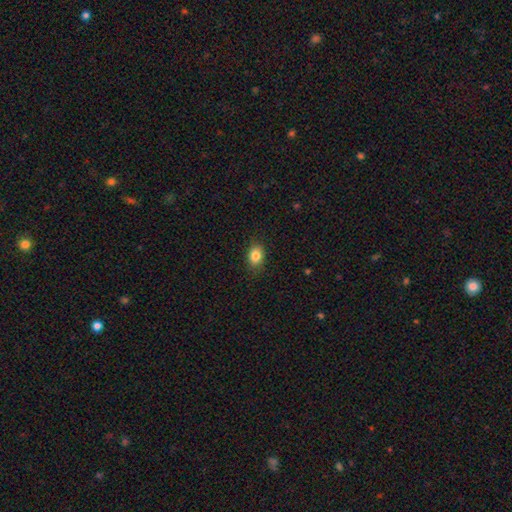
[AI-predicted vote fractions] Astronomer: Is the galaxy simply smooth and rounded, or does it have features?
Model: smooth — 84%.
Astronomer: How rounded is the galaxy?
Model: in between — 69%.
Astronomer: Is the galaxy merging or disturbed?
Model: none — 86%.